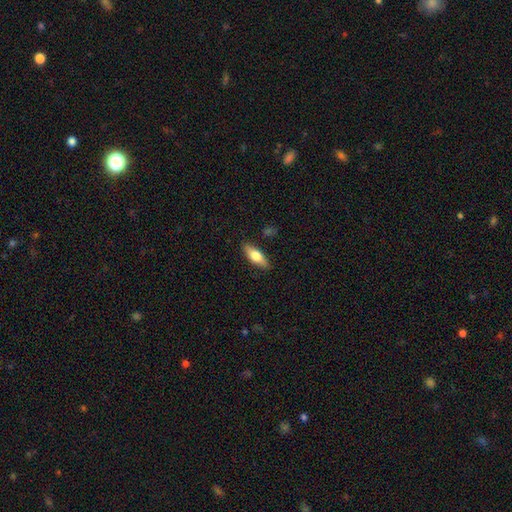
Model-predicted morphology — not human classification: A smooth galaxy with no disk features (68%) that is in between round and cigar-shaped (67%). Merging: none (86%).